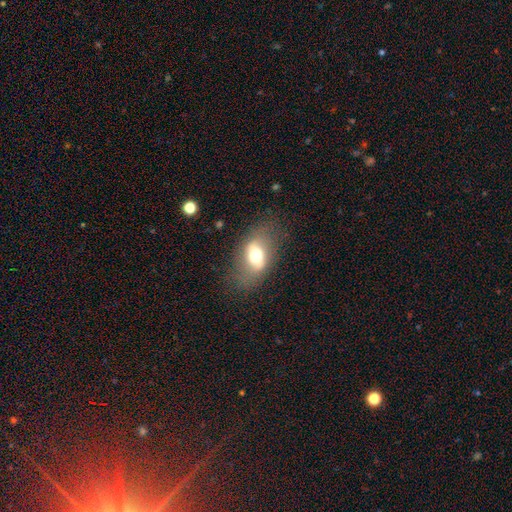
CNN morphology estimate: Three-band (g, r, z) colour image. It shows a smooth galaxy with no disk features (50%). Merging: none (74%).